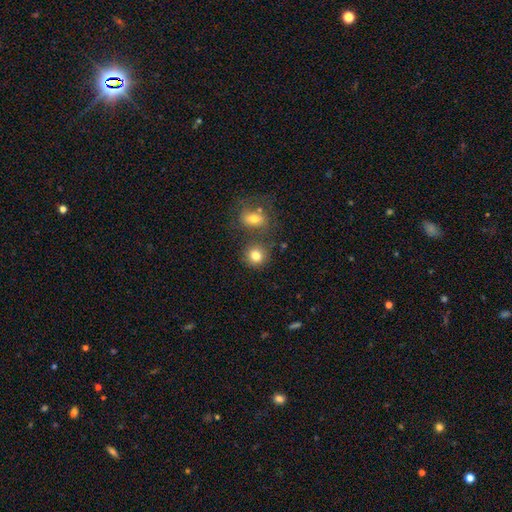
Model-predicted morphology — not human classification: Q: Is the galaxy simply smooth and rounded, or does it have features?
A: smooth — 81%.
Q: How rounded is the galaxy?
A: round — 85%.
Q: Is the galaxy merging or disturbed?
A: none — 72%.